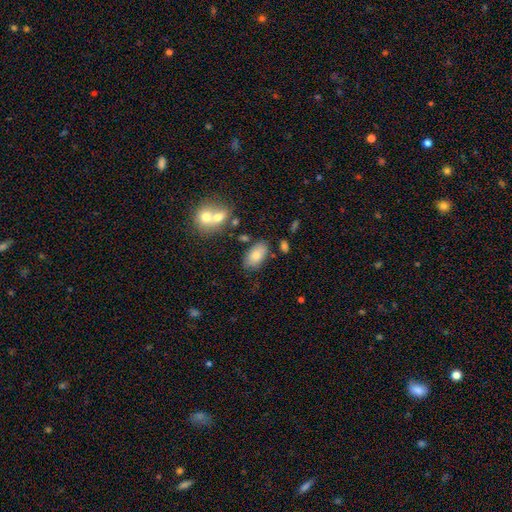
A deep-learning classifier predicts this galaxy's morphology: Smooth or featured: smooth — 75% (featured or disk — 17%)
How rounded: in between — 93% (round — 4%)
Merging: none — 74% (minor disturbance — 14%)